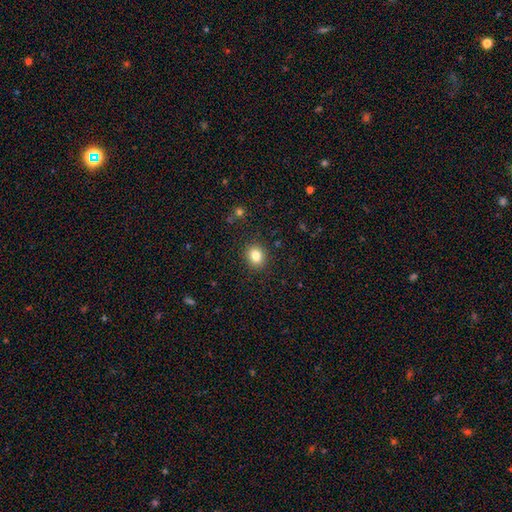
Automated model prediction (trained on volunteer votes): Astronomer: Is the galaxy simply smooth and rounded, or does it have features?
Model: smooth — 82%.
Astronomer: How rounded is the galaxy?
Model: round — 71%.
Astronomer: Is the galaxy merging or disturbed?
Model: none — 89%.